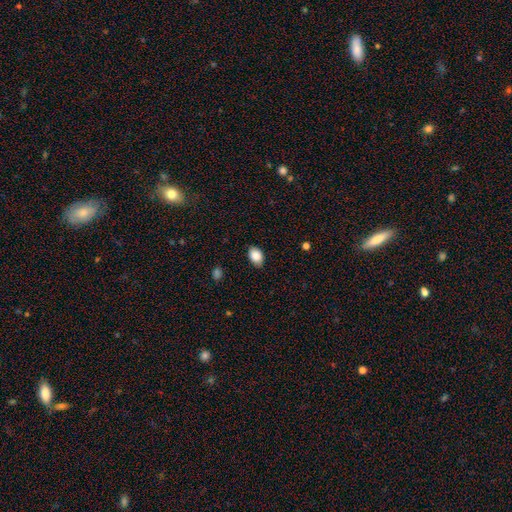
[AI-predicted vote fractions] A smooth galaxy with no disk features (87%) that is in between round and cigar-shaped (84%). Merging: none (85%).